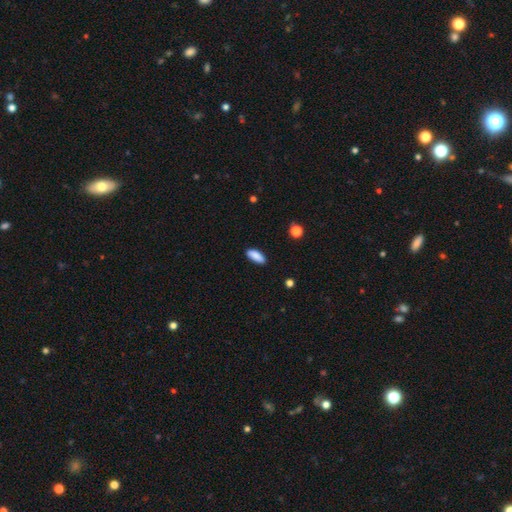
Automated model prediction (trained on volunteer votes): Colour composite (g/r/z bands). It shows a smooth galaxy with no disk features (88%) that is in between round and cigar-shaped (75%). Merging: none (86%).